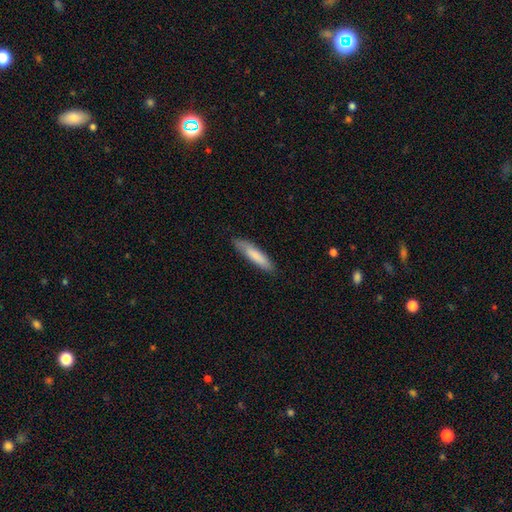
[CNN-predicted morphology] A smooth galaxy with no disk features (79%) that is cigar-shaped (81%).

Vote fractions:
- Smooth or featured? smooth: 79% / featured or disk: 15% / star or artifact: 6%
- How rounded? cigar-shaped: 81% / in between: 17% / round: 1%
- Merging? none: 83% / minor disturbance: 14% / major disturbance: 2% / merger: 1%